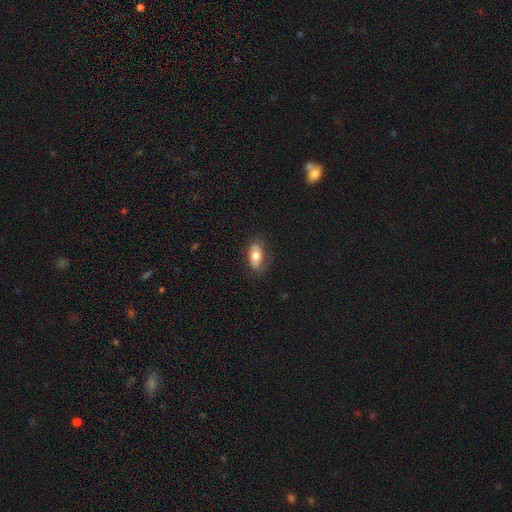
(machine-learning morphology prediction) This appears to be a smooth galaxy with no disk features (65%) that is in between round and cigar-shaped (89%). Merging: none (74%).